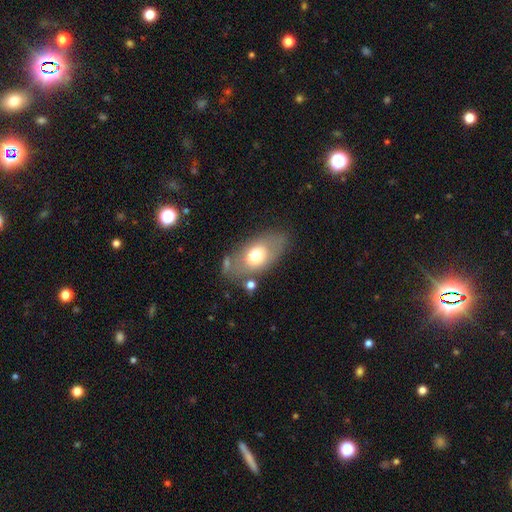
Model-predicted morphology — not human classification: Smooth or featured?
  - smooth: 62% *
  - featured or disk: 30%
  - star or artifact: 8%
How rounded?
  - in between: 87% *
  - round: 10%
  - cigar-shaped: 3%
Merging?
  - none: 68% *
  - minor disturbance: 17%
  - merger: 7%
  - major disturbance: 7%